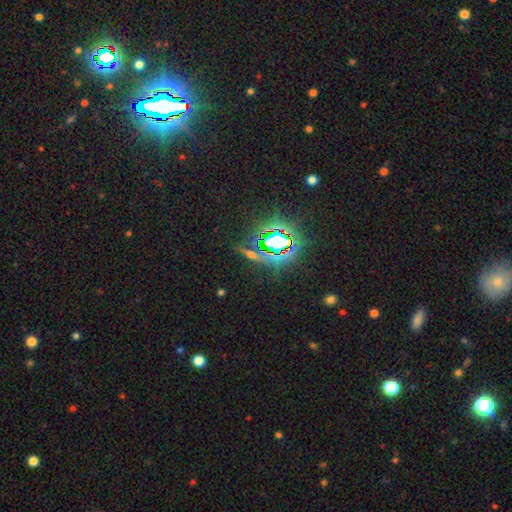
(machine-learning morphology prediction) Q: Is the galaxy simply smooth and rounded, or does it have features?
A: star or artifact — 74%.